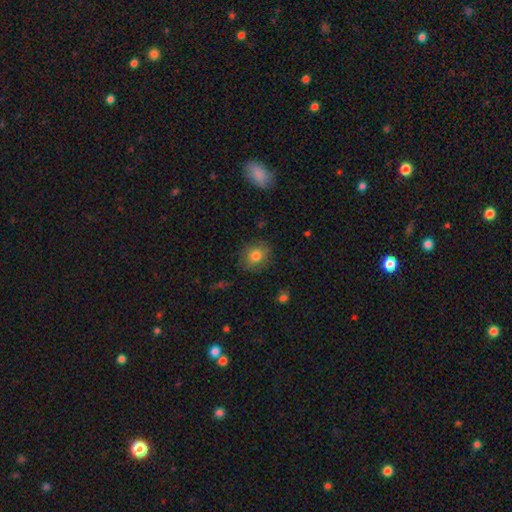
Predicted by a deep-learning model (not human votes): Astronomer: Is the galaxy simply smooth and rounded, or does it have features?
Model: smooth — 80%.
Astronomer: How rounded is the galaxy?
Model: round — 72%.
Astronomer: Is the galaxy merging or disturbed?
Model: none — 83%.